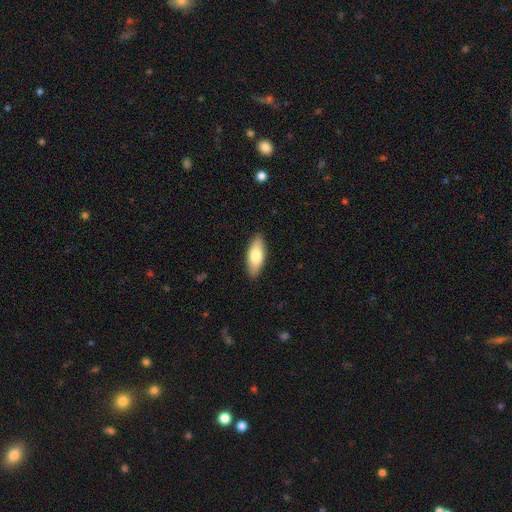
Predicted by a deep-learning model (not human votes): smooth 76%, featured or disk 18%, star or artifact 6%. Down the decision tree: how rounded — in between (78%); merging — none (89%).